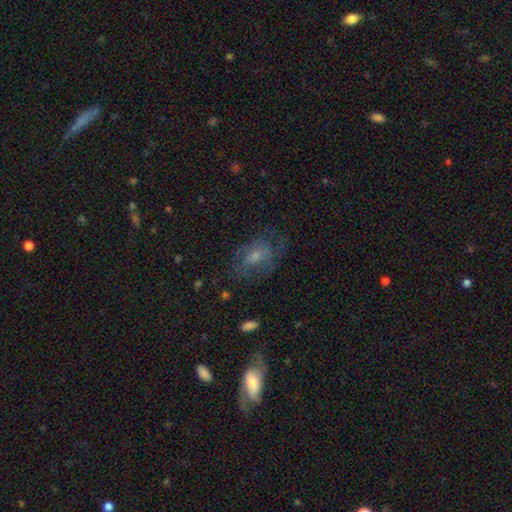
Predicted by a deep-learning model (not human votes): smooth_or_featured: featured or disk (p=0.47) [alt: smooth p=0.38]
merging: none (p=0.61) [alt: minor disturbance p=0.20]